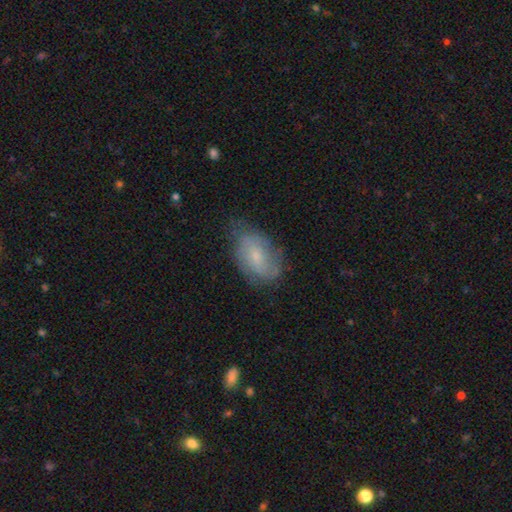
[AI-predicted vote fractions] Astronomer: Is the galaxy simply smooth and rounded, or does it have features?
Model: smooth — 52% (runner-up: featured or disk, 40%).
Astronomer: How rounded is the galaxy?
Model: in between — 87%.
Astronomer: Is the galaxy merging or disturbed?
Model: none — 58%.